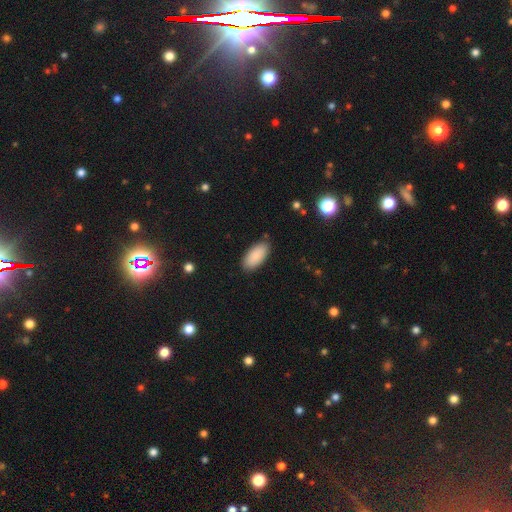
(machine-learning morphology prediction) This appears to be a smooth galaxy with no disk features (90%) that is in between round and cigar-shaped (92%). Merging: none (87%).